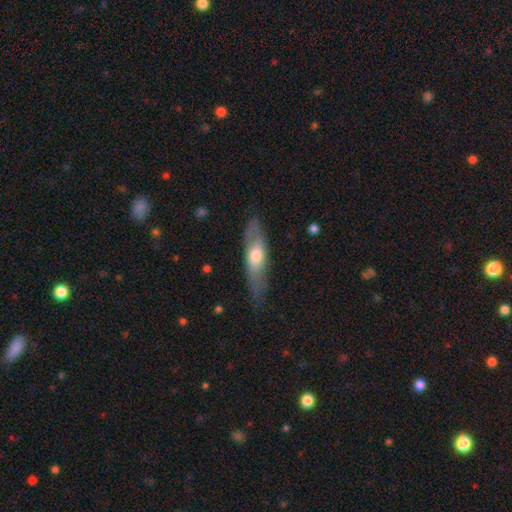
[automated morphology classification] type=smooth (51%); roundness=cigar-shaped (56%); merging=none (75%).